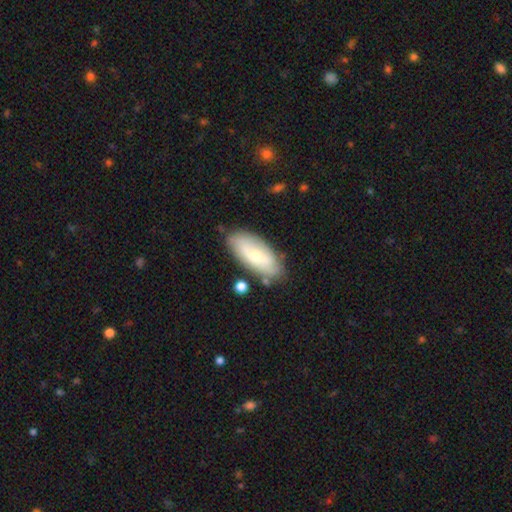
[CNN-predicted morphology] smooth 56%, featured or disk 38%, star or artifact 6%. Down the decision tree: how rounded — in between (85%); merging — none (76%).